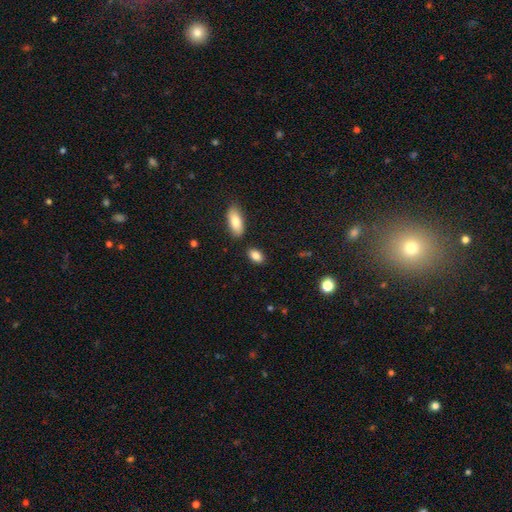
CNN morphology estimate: type=smooth (86%); roundness=in between (90%); merging=none (83%).